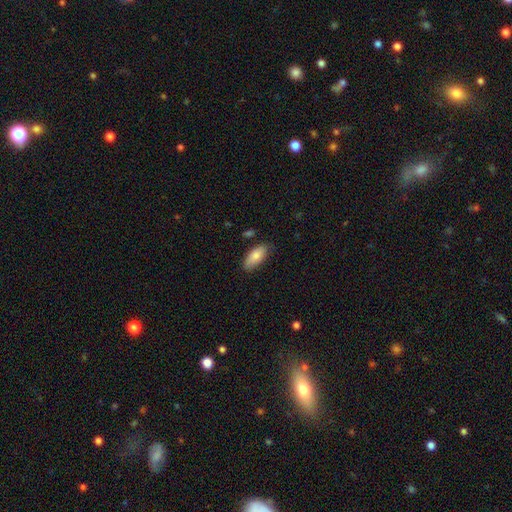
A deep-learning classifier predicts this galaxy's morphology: Smooth or featured? Predicted: smooth (p=0.81). How rounded? Predicted: in between (p=0.85). Merging? Predicted: none (p=0.77).